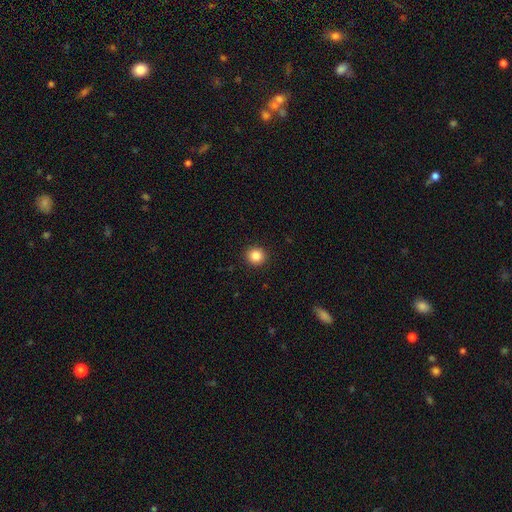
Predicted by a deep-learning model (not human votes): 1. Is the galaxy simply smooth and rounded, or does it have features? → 86% smooth, 10% star or artifact, 4% featured or disk.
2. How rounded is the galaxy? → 93% round, 6% in between, 1% cigar-shaped.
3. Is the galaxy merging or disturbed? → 93% none, 5% minor disturbance, 2% major disturbance, 1% merger.